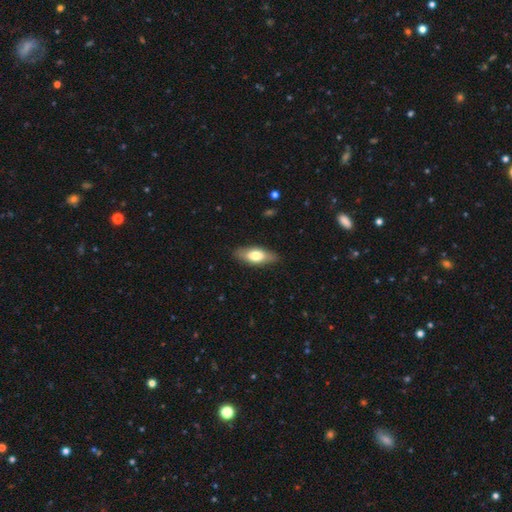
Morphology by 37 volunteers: This appears to be a smooth galaxy with no disk features (57%) that is in between round and cigar-shaped (95%). Merging: none (88%).